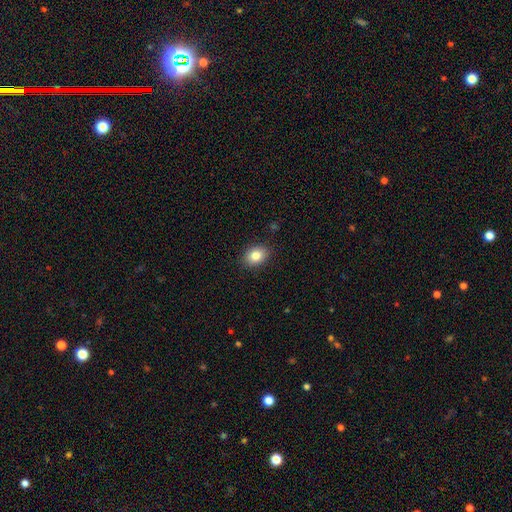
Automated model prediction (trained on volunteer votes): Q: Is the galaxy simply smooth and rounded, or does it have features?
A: smooth — 83%.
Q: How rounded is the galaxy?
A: in between — 63%.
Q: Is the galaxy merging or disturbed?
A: none — 87%.